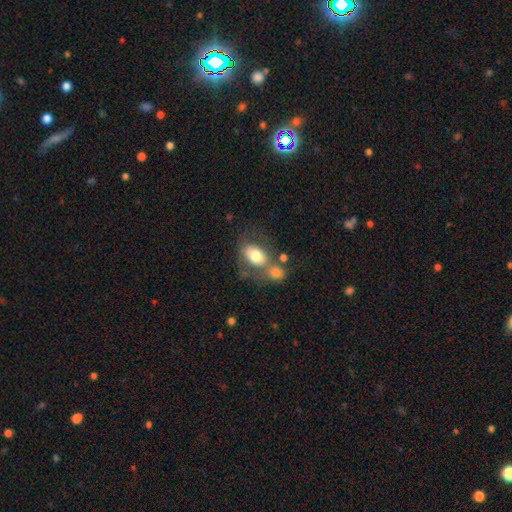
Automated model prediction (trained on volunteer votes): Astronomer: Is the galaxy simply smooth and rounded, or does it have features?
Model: smooth — 72%.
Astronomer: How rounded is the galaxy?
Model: in between — 79%.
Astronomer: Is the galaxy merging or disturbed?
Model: none — 38% (runner-up: merger, 36%).